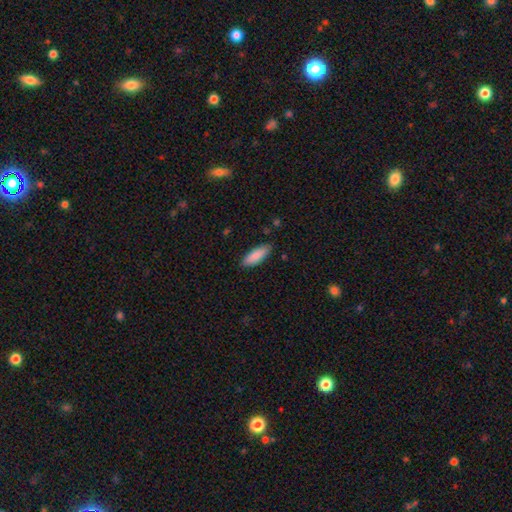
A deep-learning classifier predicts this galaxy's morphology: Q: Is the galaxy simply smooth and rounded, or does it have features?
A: smooth — 88%.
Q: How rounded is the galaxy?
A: in between — 65%.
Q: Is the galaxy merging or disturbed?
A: none — 86%.